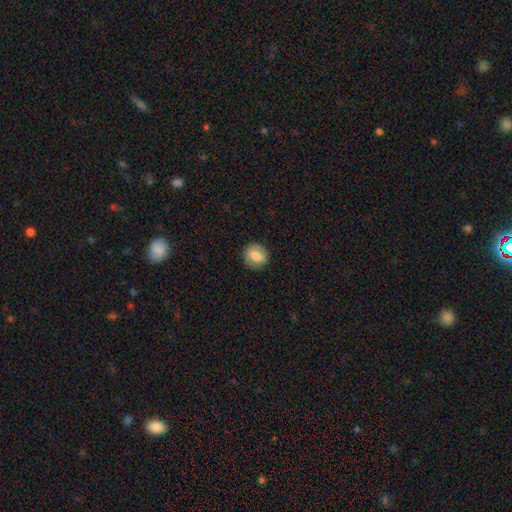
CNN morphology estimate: Smooth or featured?
  - smooth: 70% *
  - featured or disk: 22%
  - star or artifact: 8%
How rounded?
  - round: 82% *
  - in between: 17%
  - cigar-shaped: 1%
Merging?
  - none: 88% *
  - minor disturbance: 9%
  - major disturbance: 3%
  - merger: 1%